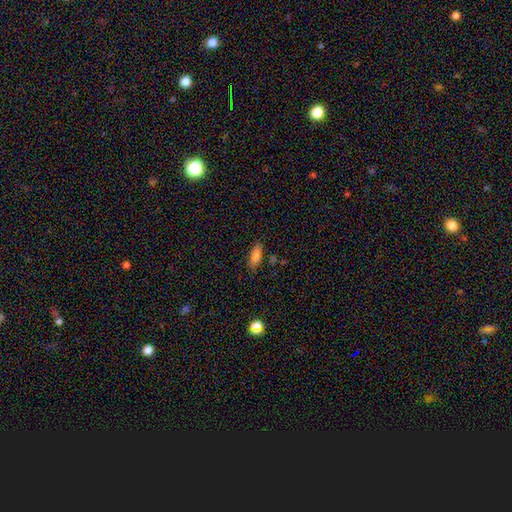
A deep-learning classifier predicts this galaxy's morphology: smooth 81%, featured or disk 10%, star or artifact 9%. Down the decision tree: how rounded — in between (75%); merging — none (79%).